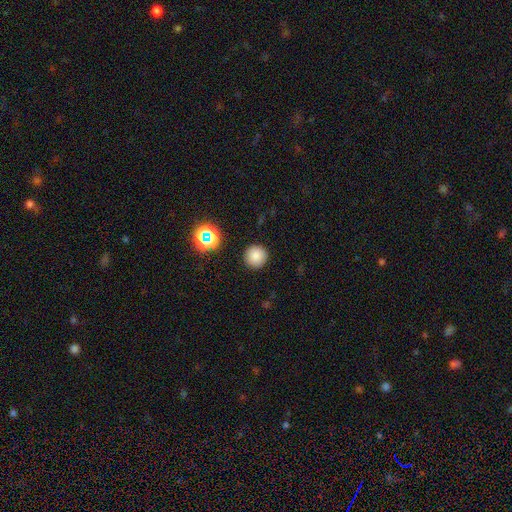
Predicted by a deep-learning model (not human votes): smooth 82%, star or artifact 13%, featured or disk 5%. Down the decision tree: how rounded — round (95%); merging — none (91%).